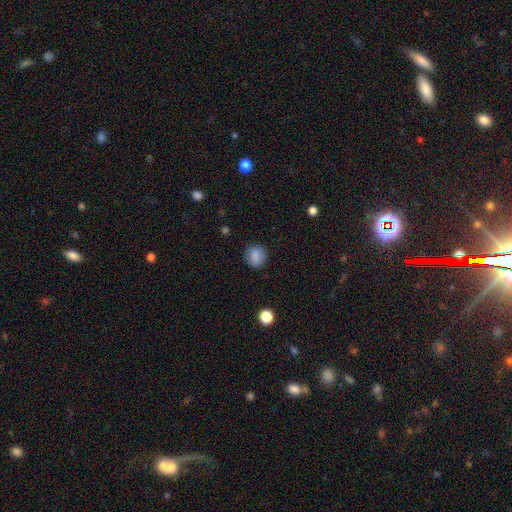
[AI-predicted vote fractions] smooth_or_featured: smooth (p=0.85) [alt: star or artifact p=0.09]
how_rounded: round (p=0.78) [alt: in between p=0.21]
merging: none (p=0.87) [alt: minor disturbance p=0.09]